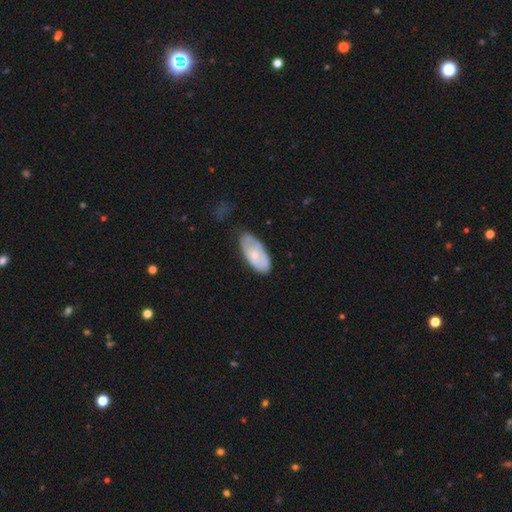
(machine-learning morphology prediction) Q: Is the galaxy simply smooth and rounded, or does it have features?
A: smooth — 59%.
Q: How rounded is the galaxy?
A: in between — 91%.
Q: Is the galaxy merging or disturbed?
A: none — 59%.